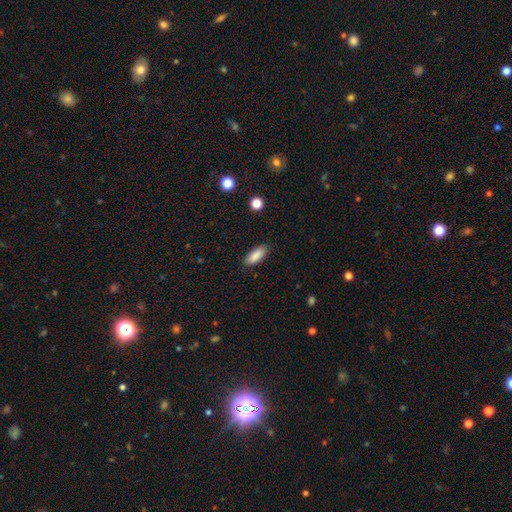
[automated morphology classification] The model was most divided on "how rounded": in between: 78%, cigar-shaped: 20%, round: 2%. More confident: smooth or featured — smooth (88%); merging — none (87%).